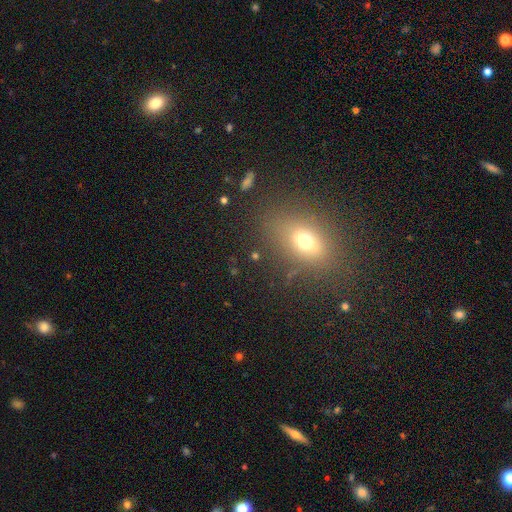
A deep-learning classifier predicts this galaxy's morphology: A smooth galaxy with no disk features (57%) that is in between round and cigar-shaped (61%).

Vote fractions:
- Smooth or featured? smooth: 57% / star or artifact: 27% / featured or disk: 15%
- How rounded? in between: 61% / round: 33% / cigar-shaped: 6%
- Merging? none: 79% / minor disturbance: 12% / major disturbance: 6% / merger: 4%